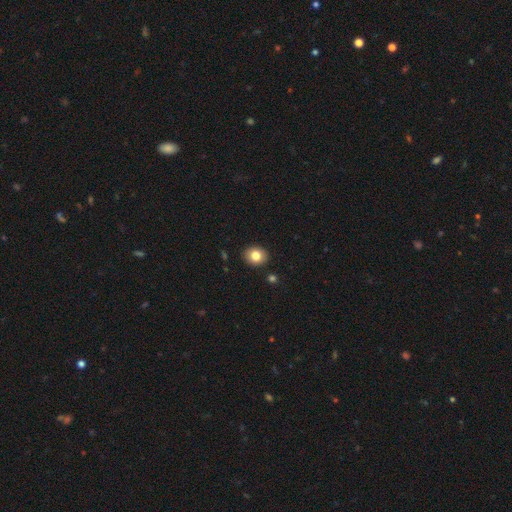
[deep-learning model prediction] smooth_or_featured: smooth (p=0.81) [alt: star or artifact p=0.09]
how_rounded: round (p=0.61) [alt: in between p=0.39]
merging: none (p=0.90) [alt: minor disturbance p=0.07]